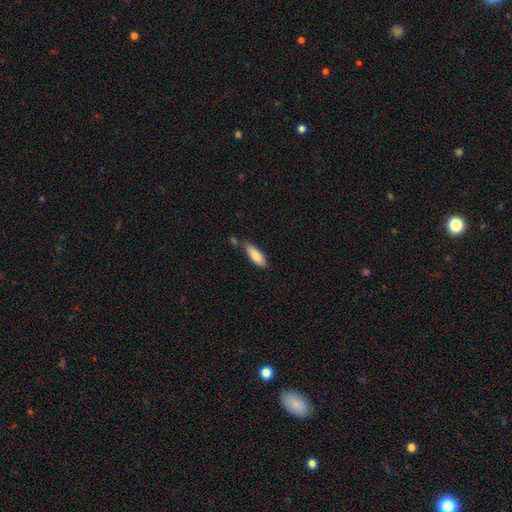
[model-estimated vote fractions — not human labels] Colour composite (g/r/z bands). It shows a smooth galaxy with no disk features (82%) that is in between round and cigar-shaped (55%). Merging: none (64%).